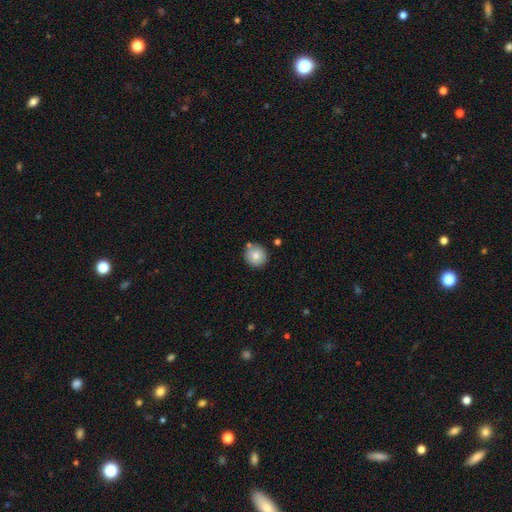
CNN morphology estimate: smooth_or_featured: smooth (p=0.77) [alt: featured or disk p=0.14]
how_rounded: round (p=0.93) [alt: in between p=0.06]
merging: none (p=0.78) [alt: minor disturbance p=0.11]